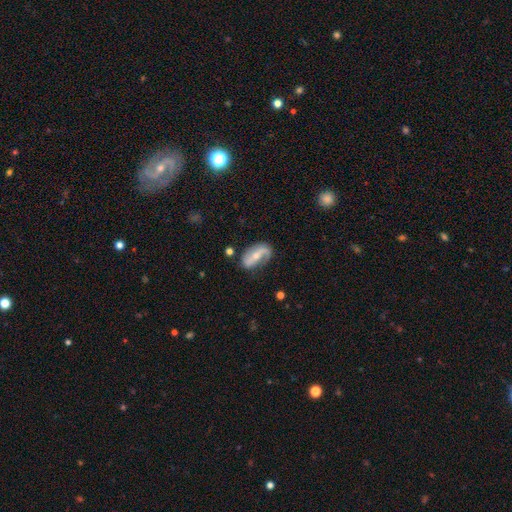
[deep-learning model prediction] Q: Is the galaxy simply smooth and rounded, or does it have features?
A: featured or disk — 77%.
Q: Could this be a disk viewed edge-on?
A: no — 94%.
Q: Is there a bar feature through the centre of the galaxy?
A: strong — 43%.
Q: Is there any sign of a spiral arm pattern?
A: yes — 90%.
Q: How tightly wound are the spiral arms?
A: loose — 63%.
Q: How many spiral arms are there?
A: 2 — 79%.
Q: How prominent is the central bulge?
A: small — 54%.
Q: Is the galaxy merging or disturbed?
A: none — 69%.